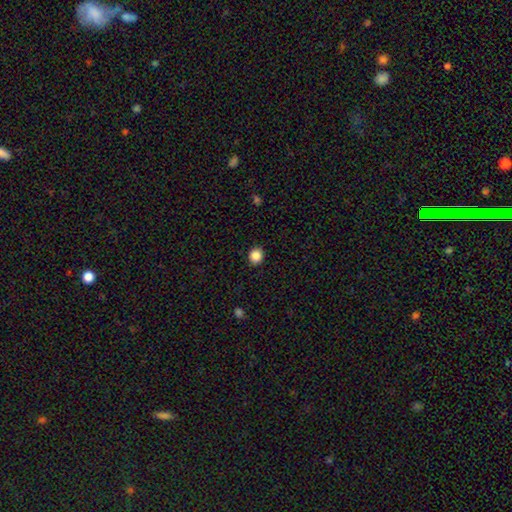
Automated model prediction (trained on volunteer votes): Smooth or featured? Predicted: smooth (p=0.86). How rounded? Predicted: round (p=0.78). Merging? Predicted: none (p=0.91).